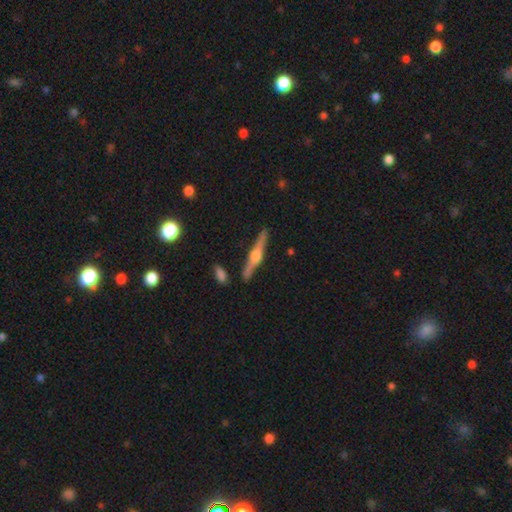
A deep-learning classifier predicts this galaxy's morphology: Q: Smooth or featured?
A: featured or disk (78%); runner-up: smooth (17%)
Q: Edge-on disk?
A: yes (98%); runner-up: no (2%)
Q: Edge-on bulge?
A: rounded (94%); runner-up: boxy (4%)
Q: Merging?
A: none (87%); runner-up: minor disturbance (8%)